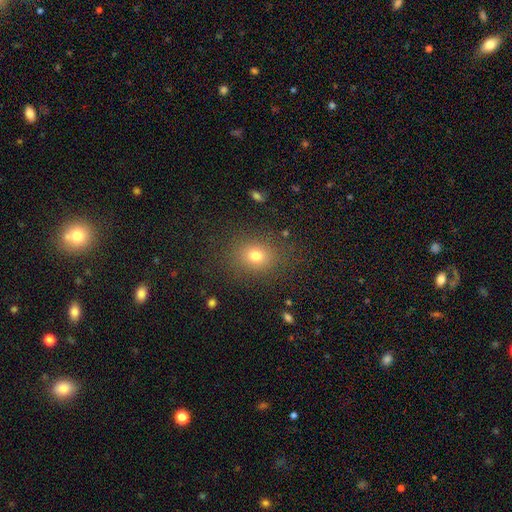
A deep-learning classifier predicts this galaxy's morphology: Q: Smooth or featured?
A: smooth (76%); runner-up: star or artifact (15%)
Q: How rounded?
A: round (57%); runner-up: in between (42%)
Q: Merging?
A: none (83%); runner-up: minor disturbance (10%)